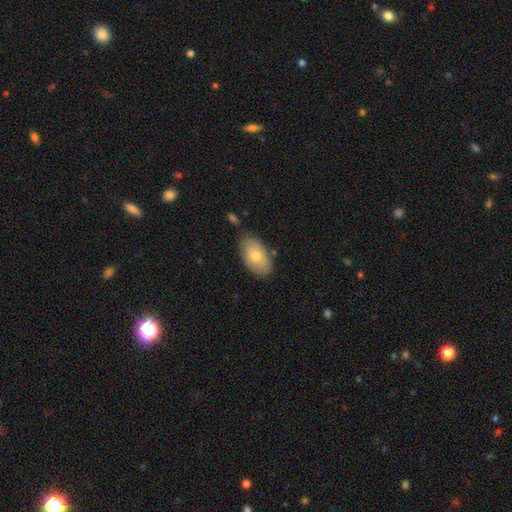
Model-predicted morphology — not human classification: A smooth galaxy with no disk features (73%) that is in between round and cigar-shaped (94%). Merging: none (76%).